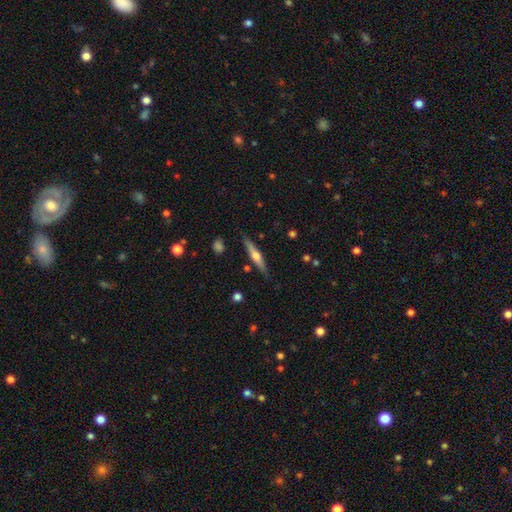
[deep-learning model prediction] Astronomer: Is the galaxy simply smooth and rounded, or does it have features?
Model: featured or disk — 61%.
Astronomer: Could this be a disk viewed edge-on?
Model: yes — 97%.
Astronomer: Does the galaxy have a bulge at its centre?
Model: rounded — 88%.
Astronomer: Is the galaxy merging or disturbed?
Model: none — 86%.